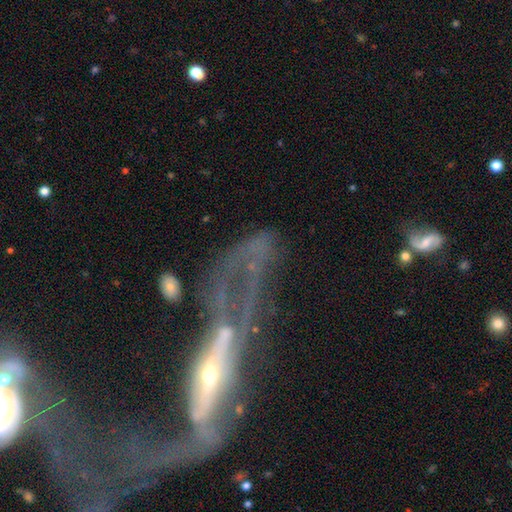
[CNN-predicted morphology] Smooth or featured?
  - featured or disk: 73% *
  - smooth: 15%
  - star or artifact: 12%
Edge-on disk?
  - no: 67% *
  - yes: 33%
Merging?
  - major disturbance: 43% *
  - none: 23%
  - merger: 21%
  - minor disturbance: 13%